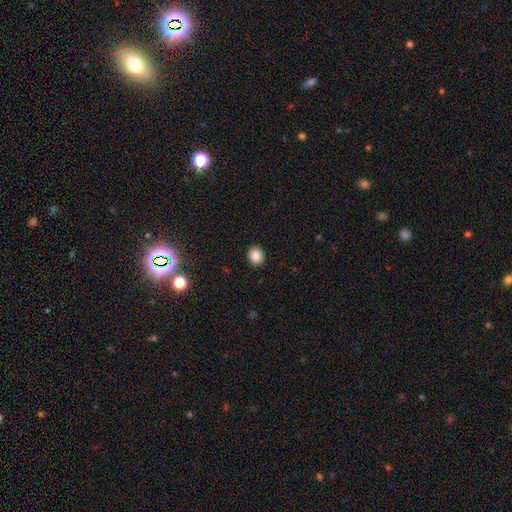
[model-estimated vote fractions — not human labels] smooth-or-featured: smooth: 86% | star or artifact: 10% | featured or disk: 4%
  how-rounded: round: 71% | in between: 28% | cigar-shaped: 1%
  merging: none: 92% | minor disturbance: 6% | major disturbance: 2% | merger: 1%